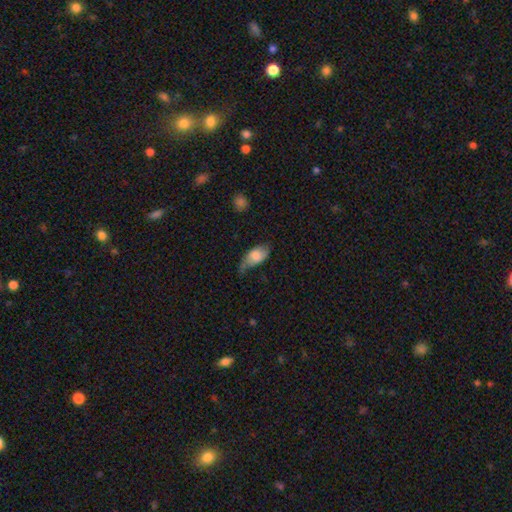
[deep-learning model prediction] Smooth or featured: smooth — 69% (featured or disk — 25%)
How rounded: in between — 91% (round — 5%)
Merging: minor disturbance — 41% (none — 37%)